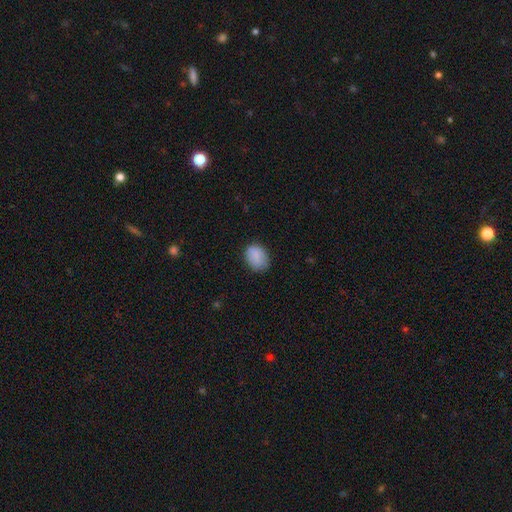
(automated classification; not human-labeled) A smooth galaxy with no disk features (86%) that is in between round and cigar-shaped (69%).

Vote fractions:
- Smooth or featured? smooth: 86% / star or artifact: 7% / featured or disk: 7%
- How rounded? in between: 69% / round: 30% / cigar-shaped: 1%
- Merging? none: 78% / minor disturbance: 17% / major disturbance: 4% / merger: 1%